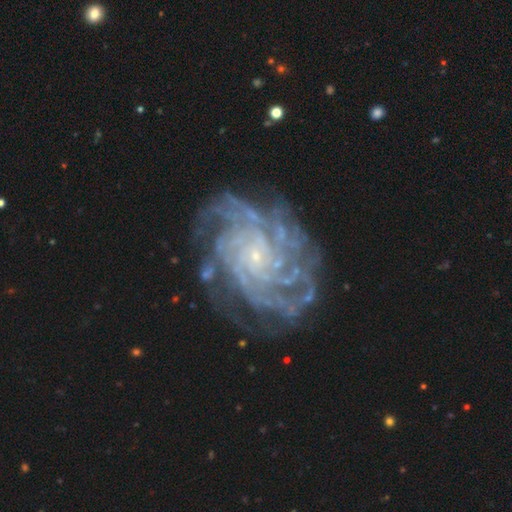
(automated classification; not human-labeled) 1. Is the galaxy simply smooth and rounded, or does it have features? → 91% featured or disk, 5% star or artifact, 4% smooth.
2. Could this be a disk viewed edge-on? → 98% no, 2% yes.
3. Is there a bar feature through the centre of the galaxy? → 73% no, 20% weak, 7% strong.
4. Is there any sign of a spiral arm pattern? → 98% yes, 2% no.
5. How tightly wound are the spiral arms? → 75% tight, 20% medium, 4% loose.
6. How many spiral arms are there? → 35% more than 4, 21% 4, 17% can't tell, 10% 3, 9% 2, 8% 1.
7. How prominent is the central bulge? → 88% small, 6% moderate, 4% none, 1% large, 1% dominant.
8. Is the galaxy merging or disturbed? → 76% none, 15% minor disturbance, 7% major disturbance, 2% merger.